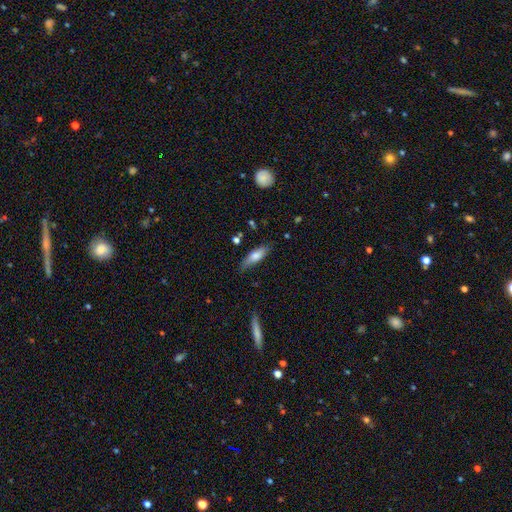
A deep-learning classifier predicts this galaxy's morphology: This is likely a smooth galaxy (70%). How rounded: possibly in between (50%). Merging: likely none (72%).